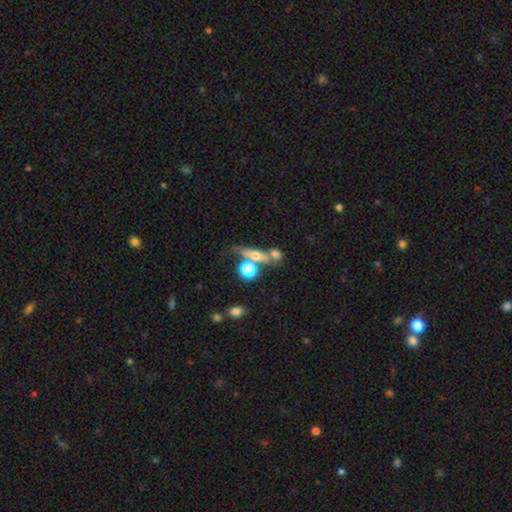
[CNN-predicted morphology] Smooth or featured: smooth — 48% (featured or disk — 37%)
Merging: none — 44% (merger — 32%)